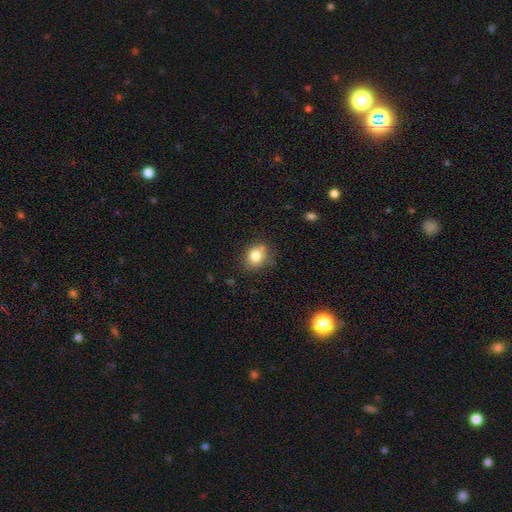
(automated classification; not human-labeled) A smooth galaxy with no disk features (80%) that is round (67%).

Vote fractions:
- Smooth or featured? smooth: 80% / star or artifact: 11% / featured or disk: 9%
- How rounded? round: 67% / in between: 32% / cigar-shaped: 1%
- Merging? none: 67% / minor disturbance: 20% / merger: 7% / major disturbance: 5%